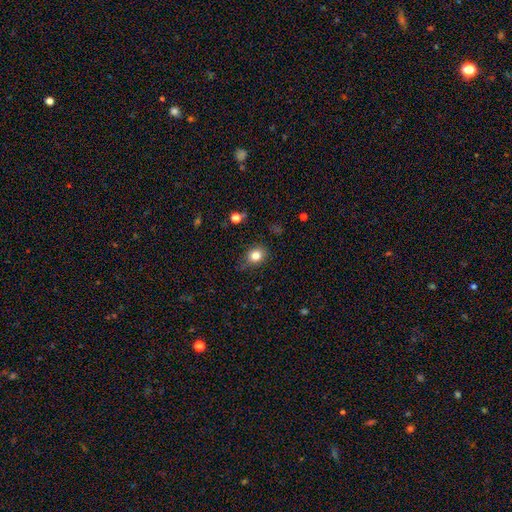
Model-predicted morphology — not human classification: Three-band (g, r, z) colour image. It shows a smooth galaxy with no disk features (82%) that is round (59%). Merging: none (75%).